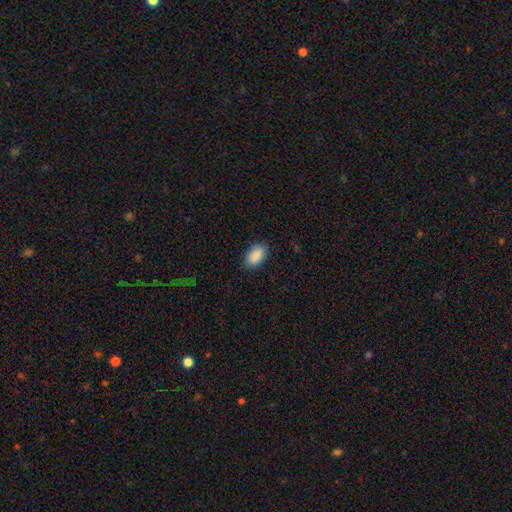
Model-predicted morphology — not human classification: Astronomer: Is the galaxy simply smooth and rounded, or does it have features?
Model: smooth — 90%.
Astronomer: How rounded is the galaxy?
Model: in between — 94%.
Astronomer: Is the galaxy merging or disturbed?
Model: none — 87%.